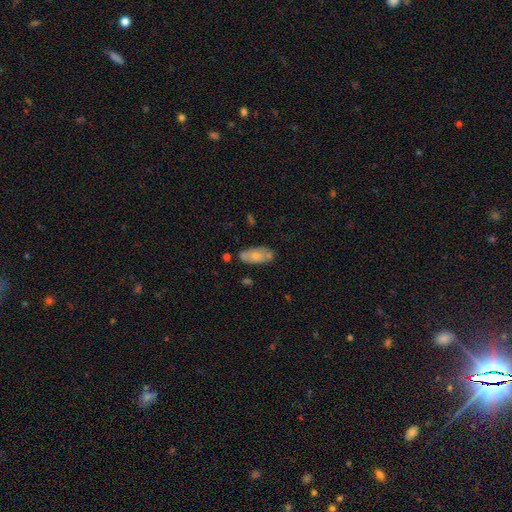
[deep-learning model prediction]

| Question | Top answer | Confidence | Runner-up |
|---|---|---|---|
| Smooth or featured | smooth | 68% | featured or disk (26%) |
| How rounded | in between | 84% | cigar-shaped (14%) |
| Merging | none | 63% | minor disturbance (20%) |